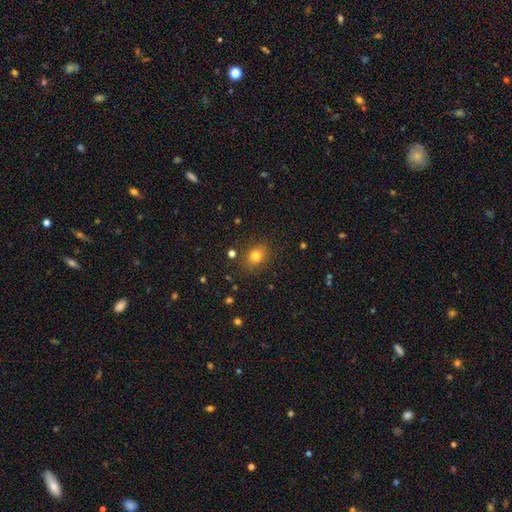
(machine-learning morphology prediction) Smooth or featured? smooth (78%)
How rounded? in between (50%)
Merging? none (83%)